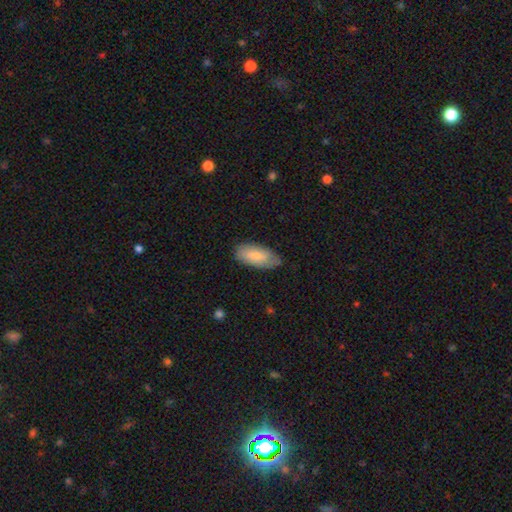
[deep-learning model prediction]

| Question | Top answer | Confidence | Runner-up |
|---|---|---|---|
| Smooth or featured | smooth | 78% | featured or disk (16%) |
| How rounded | in between | 89% | cigar-shaped (9%) |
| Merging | none | 75% | minor disturbance (21%) |